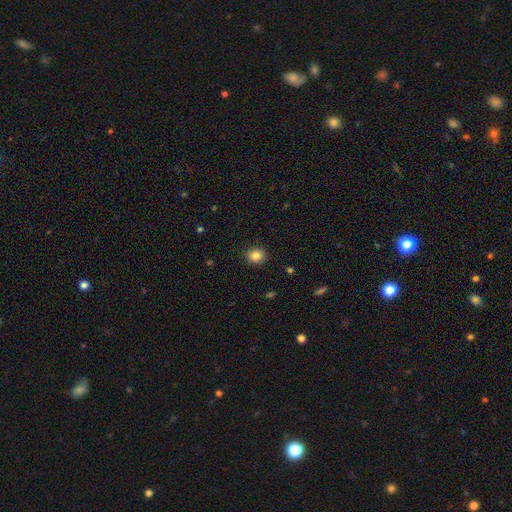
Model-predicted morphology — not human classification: Smooth or featured? Predicted: smooth (p=0.84). How rounded? Predicted: round (p=0.73). Merging? Predicted: none (p=0.91).